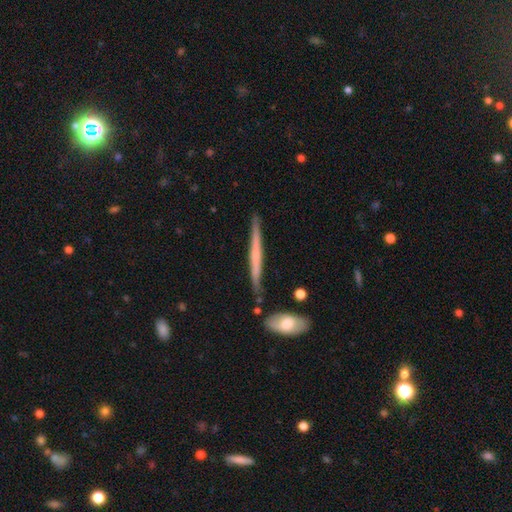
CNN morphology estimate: Q: Smooth or featured?
A: featured or disk (54%); runner-up: smooth (40%)
Q: Edge-on disk?
A: yes (96%); runner-up: no (4%)
Q: Edge-on bulge?
A: none (73%); runner-up: rounded (18%)
Q: Merging?
A: none (85%); runner-up: minor disturbance (10%)